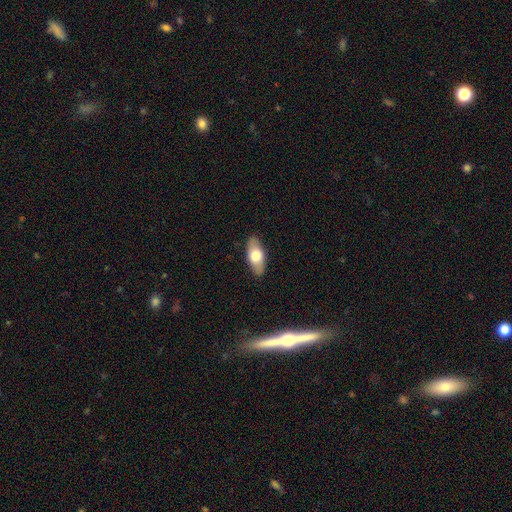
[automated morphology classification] Overall: smooth (67%; featured or disk 27%). How rounded: in between (88%). Merging: none (87%).